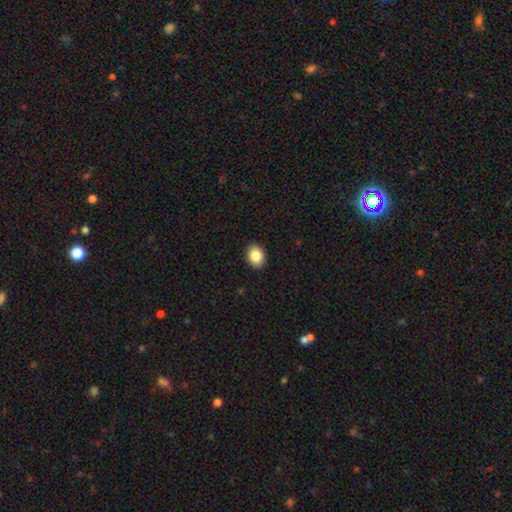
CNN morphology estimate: type=smooth (86%); roundness=in between (56%); merging=none (90%).